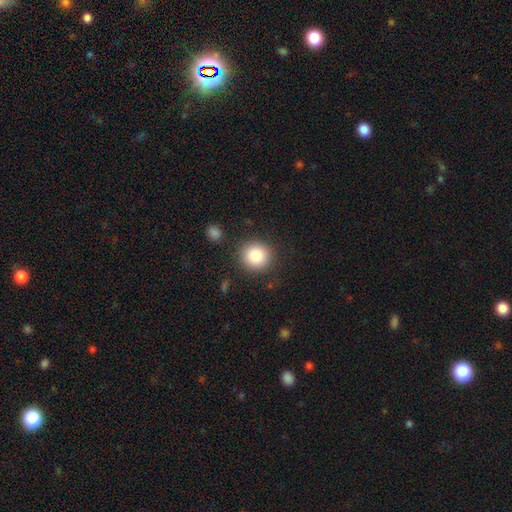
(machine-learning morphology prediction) The model was most divided on "smooth or featured": smooth: 85%, star or artifact: 9%, featured or disk: 6%. More confident: how rounded — round (90%); merging — none (87%).